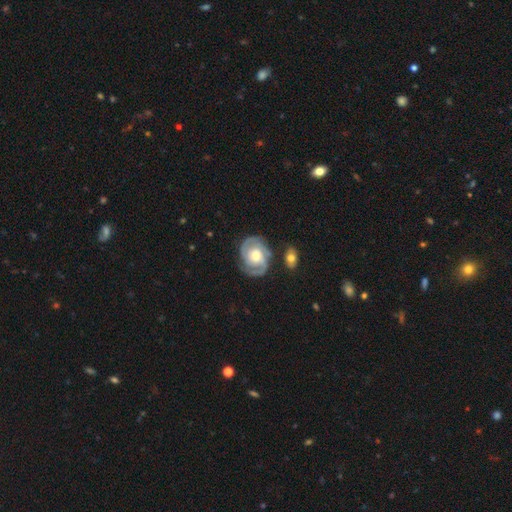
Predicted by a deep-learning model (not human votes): A featured or disk galaxy (86%) with no bar (64%), 2 (65%) tight (62%) spiral arms (96%) and a moderate central bulge (72%). Merging: none (72%).